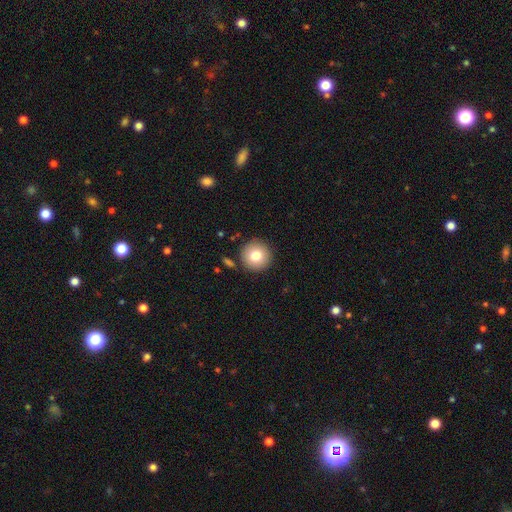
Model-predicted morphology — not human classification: Q: Smooth or featured?
A: smooth (79%); runner-up: featured or disk (12%)
Q: How rounded?
A: round (96%); runner-up: in between (3%)
Q: Merging?
A: none (88%); runner-up: minor disturbance (7%)